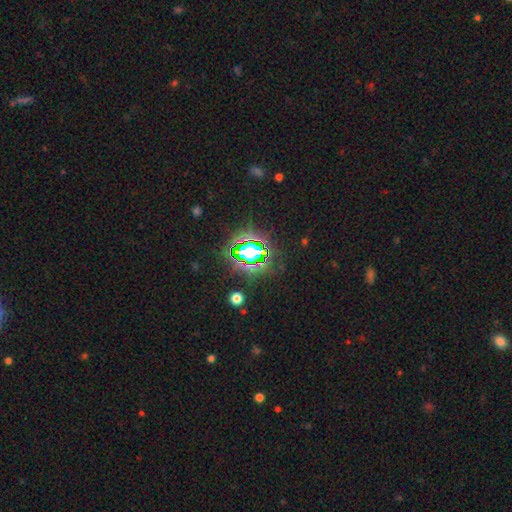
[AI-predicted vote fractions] Smooth or featured? star or artifact (79%)